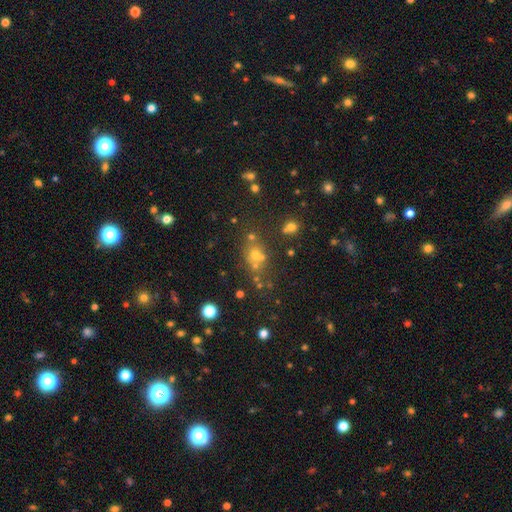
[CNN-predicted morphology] Smooth or featured? smooth (49%)
Merging? none (55%)